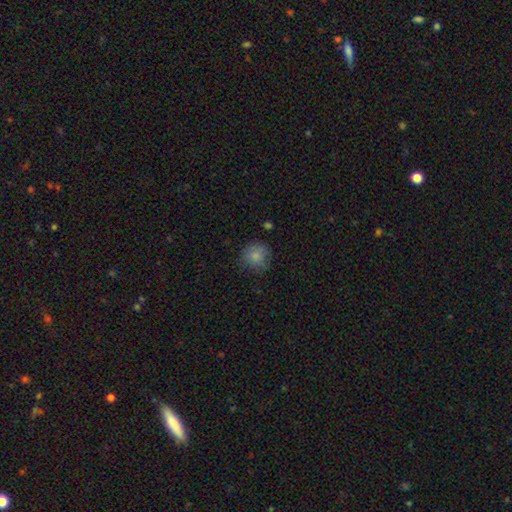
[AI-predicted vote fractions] Q: Smooth or featured?
A: smooth (81%); runner-up: star or artifact (10%)
Q: How rounded?
A: round (88%); runner-up: in between (11%)
Q: Merging?
A: none (71%); runner-up: minor disturbance (21%)